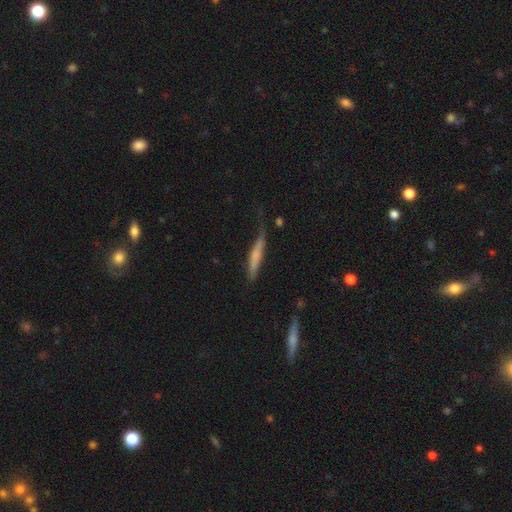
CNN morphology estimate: This is possibly a smooth galaxy (58%). How rounded: clearly cigar-shaped (91%). Merging: possibly none (49%).